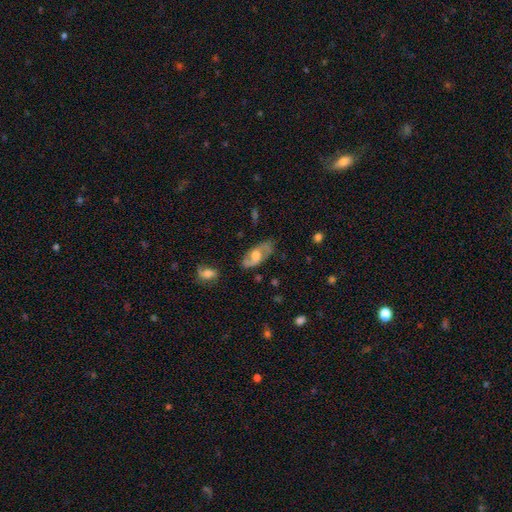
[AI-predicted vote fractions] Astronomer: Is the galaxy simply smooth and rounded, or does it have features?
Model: featured or disk — 59% (runner-up: smooth, 35%).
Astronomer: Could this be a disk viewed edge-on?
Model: no — 86%.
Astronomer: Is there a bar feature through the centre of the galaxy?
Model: no — 63%.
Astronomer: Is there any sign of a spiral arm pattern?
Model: yes — 71%.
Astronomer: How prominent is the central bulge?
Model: moderate — 57%.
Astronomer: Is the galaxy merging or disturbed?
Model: none — 74%.